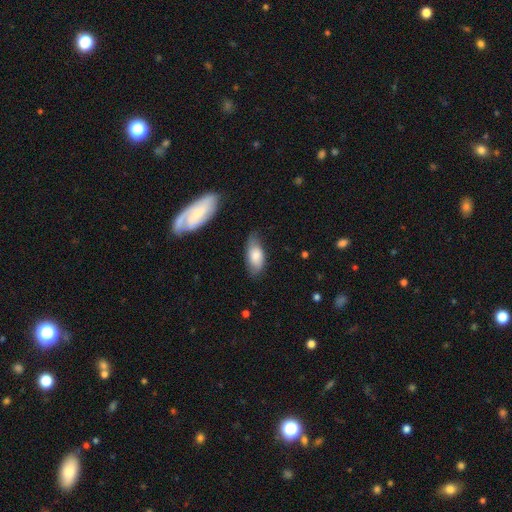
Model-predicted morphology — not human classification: This appears to be a smooth galaxy with no disk features (72%) that is in between round and cigar-shaped (89%). Merging: none (62%).